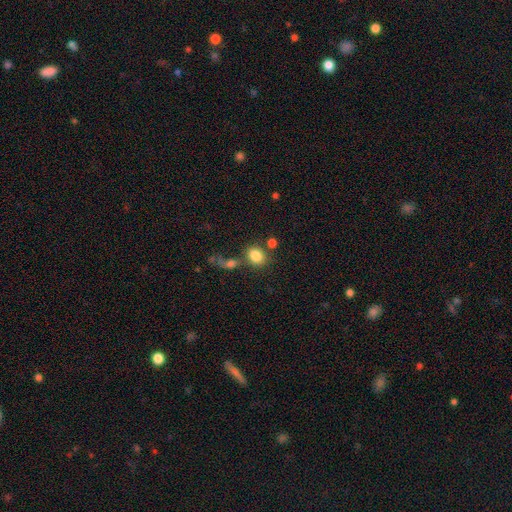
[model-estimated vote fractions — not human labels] A smooth galaxy with no disk features (82%) that is round (59%). Merging: none (61%).